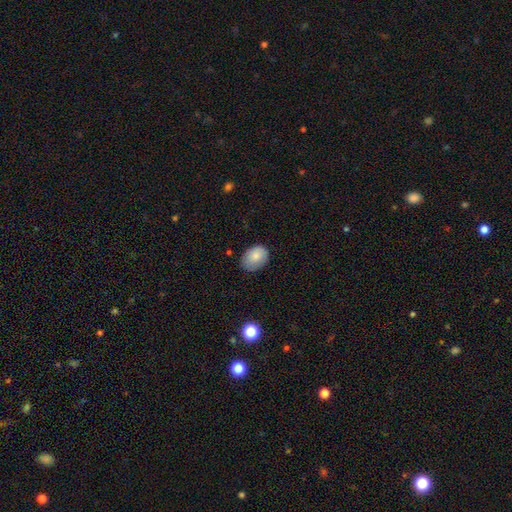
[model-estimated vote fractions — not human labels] This is clearly a smooth galaxy (82%). How rounded: likely in between (72%). Merging: likely none (72%).